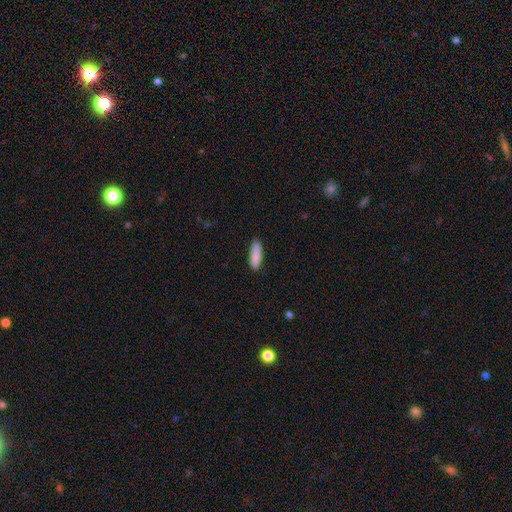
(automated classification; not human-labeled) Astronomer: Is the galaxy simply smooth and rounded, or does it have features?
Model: smooth — 88%.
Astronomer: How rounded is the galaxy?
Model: cigar-shaped — 63%.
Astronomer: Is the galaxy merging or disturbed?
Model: none — 86%.